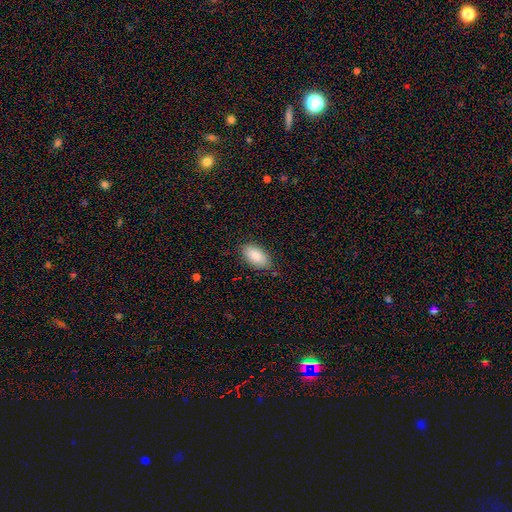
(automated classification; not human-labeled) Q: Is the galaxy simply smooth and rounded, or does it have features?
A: smooth — 87%.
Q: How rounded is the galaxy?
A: in between — 94%.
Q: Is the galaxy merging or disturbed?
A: none — 83%.